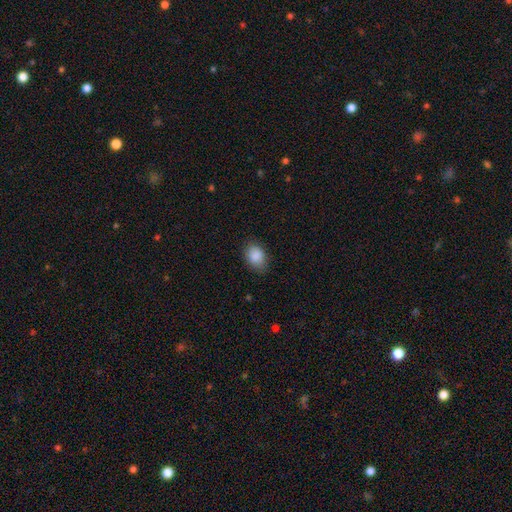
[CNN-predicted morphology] smooth 89%, star or artifact 7%, featured or disk 4%. Down the decision tree: how rounded — in between (75%); merging — none (79%).